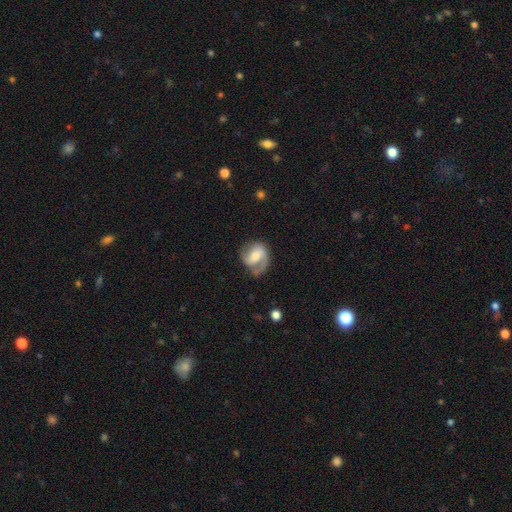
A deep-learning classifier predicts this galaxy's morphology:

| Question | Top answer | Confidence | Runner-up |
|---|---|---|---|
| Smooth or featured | featured or disk | 73% | smooth (21%) |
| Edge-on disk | no | 97% | yes (3%) |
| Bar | weak | 45% | no (28%) |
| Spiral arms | yes | 91% | no (9%) |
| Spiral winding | medium | 48% | loose (27%) |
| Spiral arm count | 2 | 69% | 1 (21%) |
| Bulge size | moderate | 52% | small (34%) |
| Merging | none | 60% | minor disturbance (23%) |